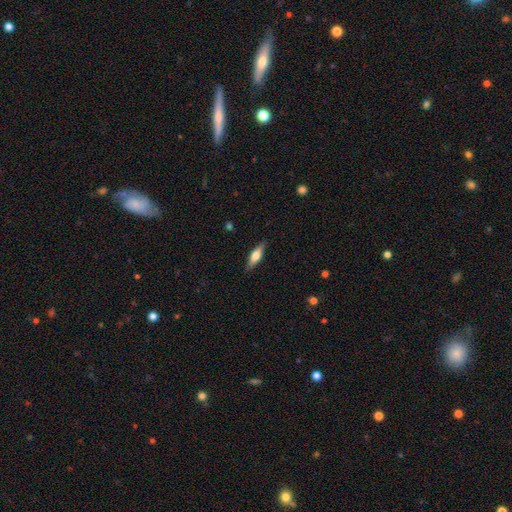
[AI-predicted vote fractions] smooth 51%, featured or disk 42%, star or artifact 6%. Down the decision tree: how rounded — cigar-shaped (56%); merging — none (87%).